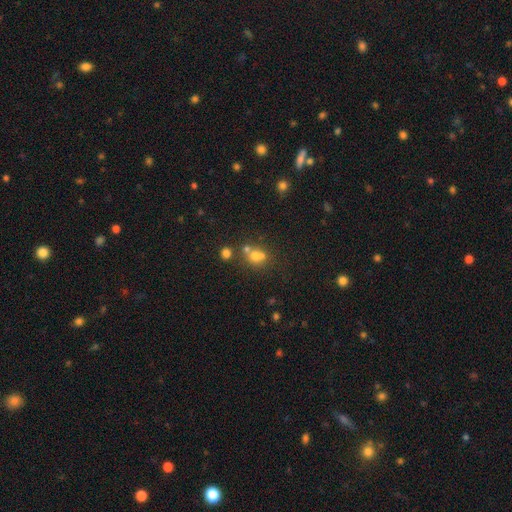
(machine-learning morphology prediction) Smooth or featured?
  - smooth: 63% *
  - star or artifact: 20%
  - featured or disk: 17%
How rounded?
  - round: 64% *
  - in between: 34%
  - cigar-shaped: 2%
Merging?
  - merger: 46% *
  - none: 39%
  - minor disturbance: 10%
  - major disturbance: 6%